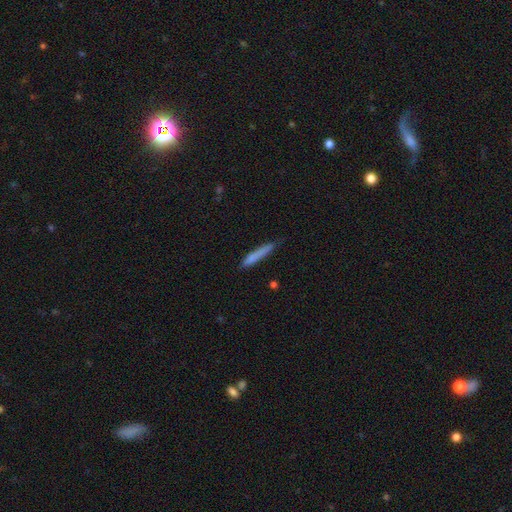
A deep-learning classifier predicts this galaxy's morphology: This is likely a smooth galaxy (76%). How rounded: clearly cigar-shaped (95%). Merging: likely none (78%).